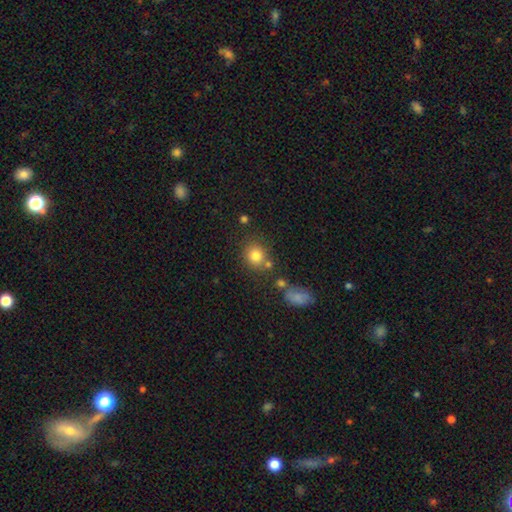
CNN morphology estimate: Overall: smooth (80%). How rounded: round (80%). Merging: none (71%).